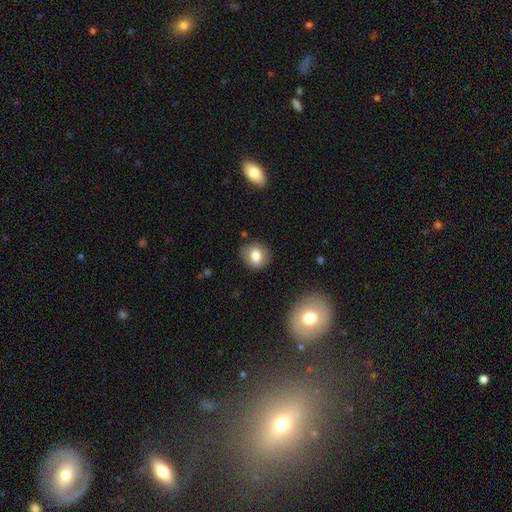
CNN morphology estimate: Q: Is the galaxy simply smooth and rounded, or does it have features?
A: smooth — 77%.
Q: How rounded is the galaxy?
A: round — 61%.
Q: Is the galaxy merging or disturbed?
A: none — 80%.